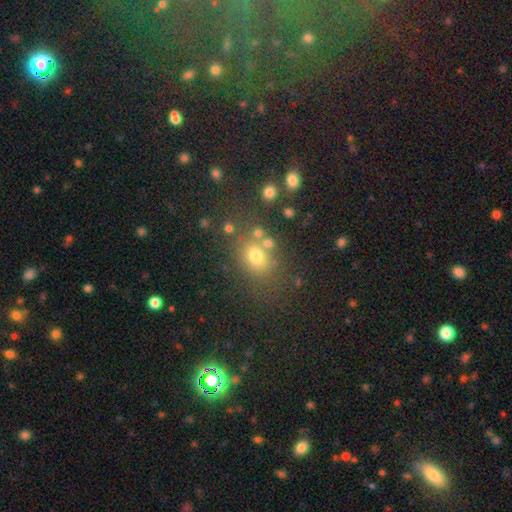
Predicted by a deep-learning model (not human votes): Overall: smooth (68%). How rounded: round (51%; in between 48%). Merging: none (68%).